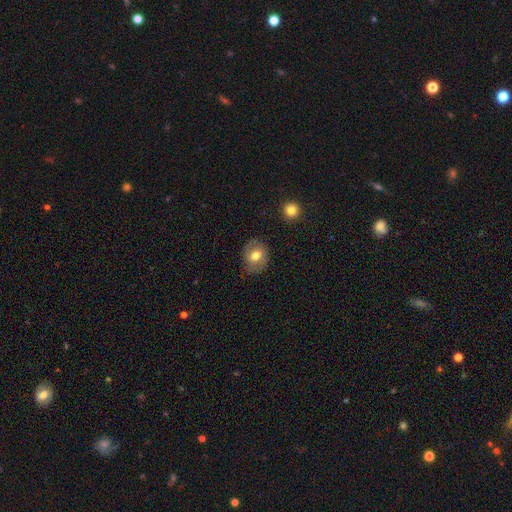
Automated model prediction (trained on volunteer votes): A smooth galaxy with no disk features (66%) that is round (57%). Merging: none (79%).